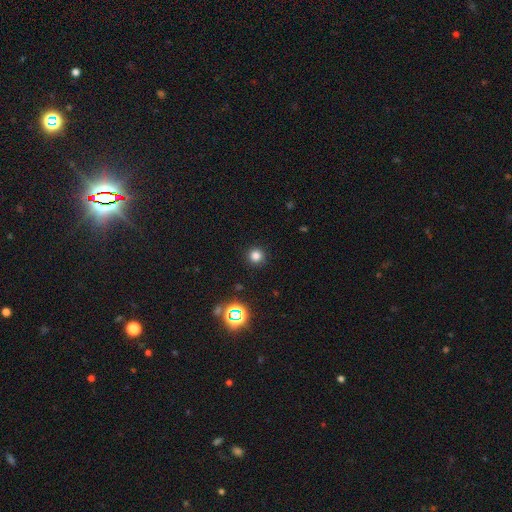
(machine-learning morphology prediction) A smooth galaxy with no disk features (79%) that is round (95%). Merging: none (92%).